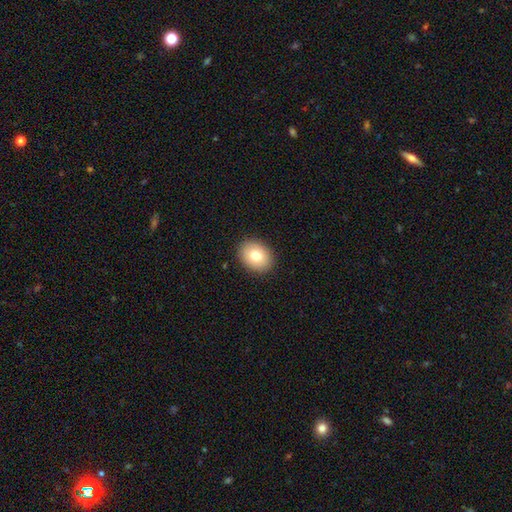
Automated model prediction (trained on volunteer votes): Overall: smooth (79%). How rounded: in between (55%; round 44%). Merging: none (90%).